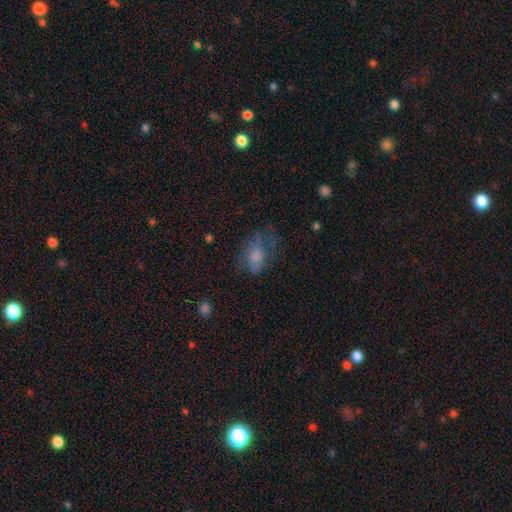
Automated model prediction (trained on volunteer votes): Smooth or featured?
  - smooth: 63% *
  - featured or disk: 26%
  - star or artifact: 11%
How rounded?
  - in between: 83% *
  - round: 14%
  - cigar-shaped: 3%
Merging?
  - none: 36% *
  - major disturbance: 34%
  - minor disturbance: 27%
  - merger: 3%